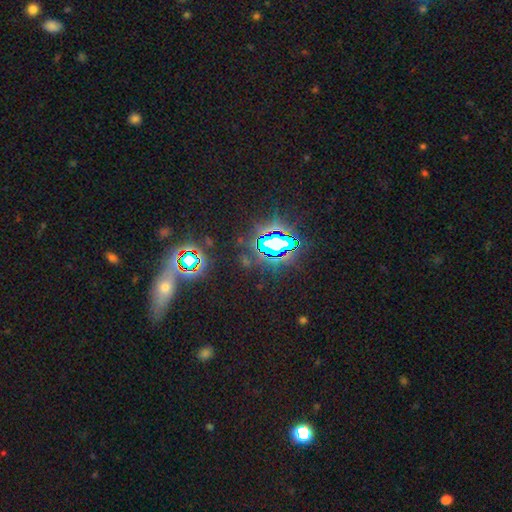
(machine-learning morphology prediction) star or artifact 74%, smooth 15%, featured or disk 11%.